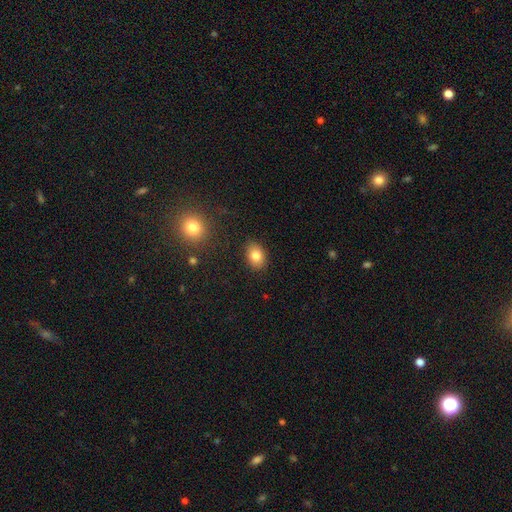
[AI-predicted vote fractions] smooth_or_featured: smooth (p=0.82) [alt: star or artifact p=0.09]
how_rounded: in between (p=0.74) [alt: round p=0.25]
merging: none (p=0.87) [alt: minor disturbance p=0.09]